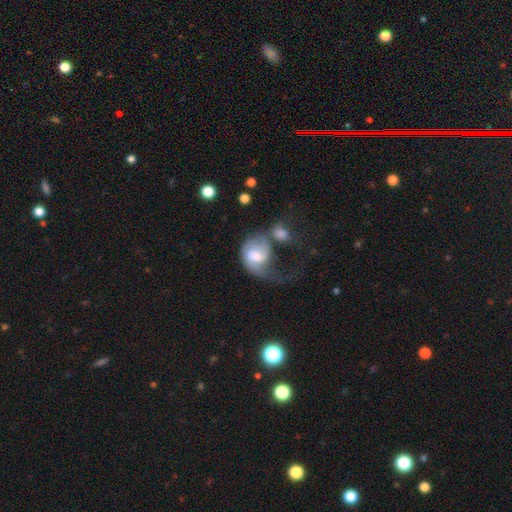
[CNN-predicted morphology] Smooth or featured: featured or disk — 56% (smooth — 37%)
Edge-on disk: no — 97% (yes — 3%)
Bar: weak — 47% (no — 41%)
Spiral arms: yes — 81% (no — 19%)
Bulge size: moderate — 51% (small — 23%)
Merging: major disturbance — 37% (merger — 32%)